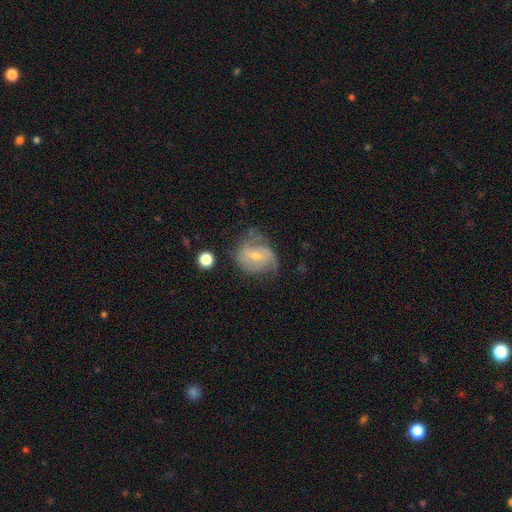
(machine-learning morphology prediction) A featured or disk galaxy (67%) with no bar (45%), 2 (45%) medium (42%) spiral arms (82%) and a small central bulge (58%).

Vote fractions:
- Smooth or featured? featured or disk: 67% / smooth: 25% / star or artifact: 8%
- Edge-on disk? no: 97% / yes: 3%
- Bar? no: 45% / weak: 42% / strong: 12%
- Spiral arms? yes: 82% / no: 18%
- Spiral winding? medium: 42% / tight: 29% / loose: 29%
- Spiral arm count? 2: 45% / can't tell: 29% / 3: 14% / 1: 6% / 4: 3% / more than 4: 3%
- Bulge size? small: 58% / moderate: 37% / none: 2% / large: 1% / dominant: 1%
- Merging? none: 48% / minor disturbance: 30% / major disturbance: 19% / merger: 3%